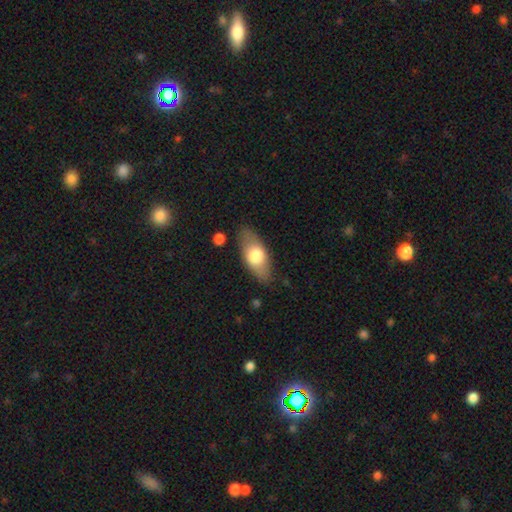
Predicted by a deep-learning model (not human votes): A smooth galaxy with no disk features (67%) that is in between round and cigar-shaped (83%). Merging: none (80%).